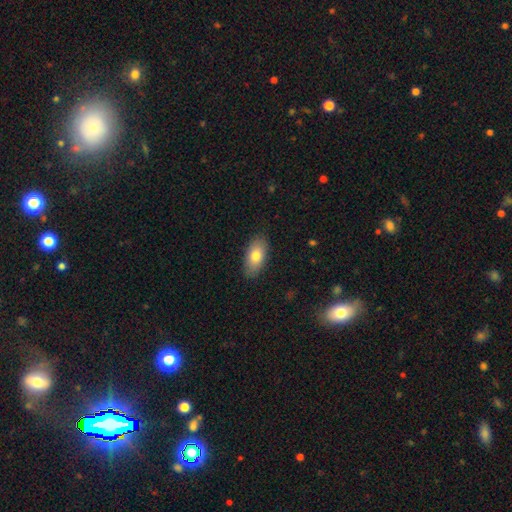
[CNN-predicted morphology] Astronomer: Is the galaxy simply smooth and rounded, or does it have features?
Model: smooth — 77%.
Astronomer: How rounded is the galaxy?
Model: in between — 90%.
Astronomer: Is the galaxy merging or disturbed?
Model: none — 86%.